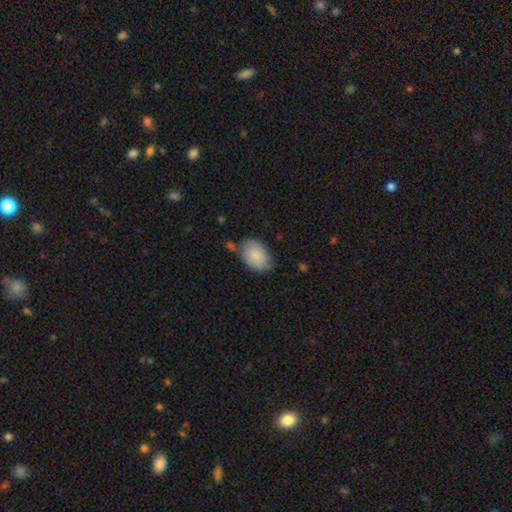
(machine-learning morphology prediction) This appears to be a smooth galaxy with no disk features (85%) that is in between round and cigar-shaped (86%). Merging: none (65%).